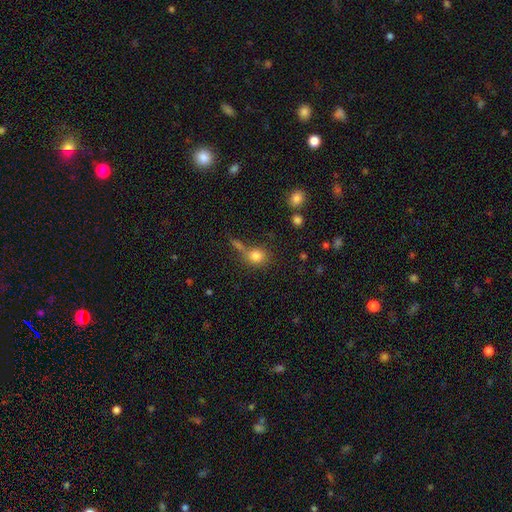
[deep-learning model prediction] A smooth galaxy with no disk features (81%) that is round (71%).

Vote fractions:
- Smooth or featured? smooth: 81% / star or artifact: 11% / featured or disk: 8%
- How rounded? round: 71% / in between: 28% / cigar-shaped: 2%
- Merging? none: 56% / merger: 23% / minor disturbance: 14% / major disturbance: 7%